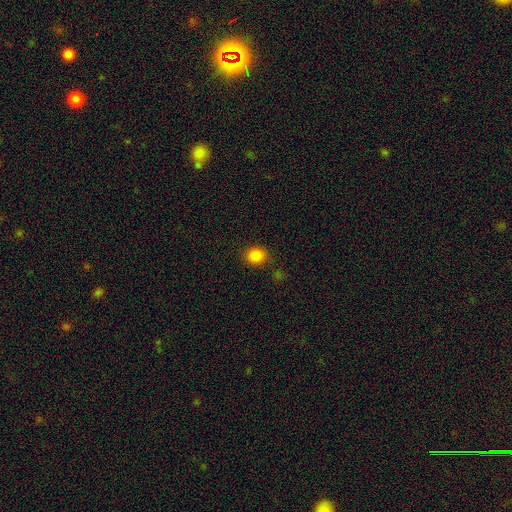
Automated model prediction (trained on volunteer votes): This appears to be a smooth galaxy with no disk features (84%) that is round (74%). Merging: none (84%).